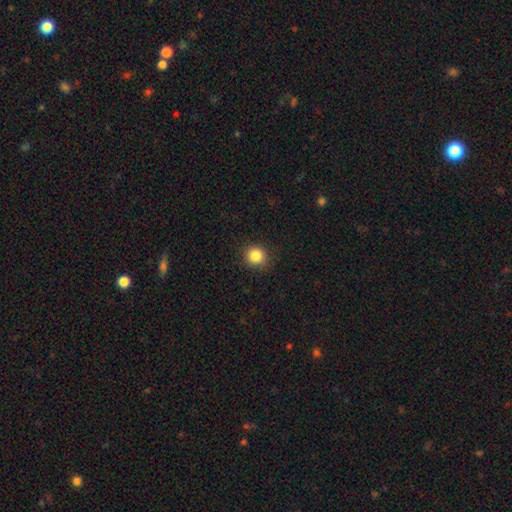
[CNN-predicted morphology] Smooth or featured? smooth (86%)
How rounded? round (89%)
Merging? none (89%)